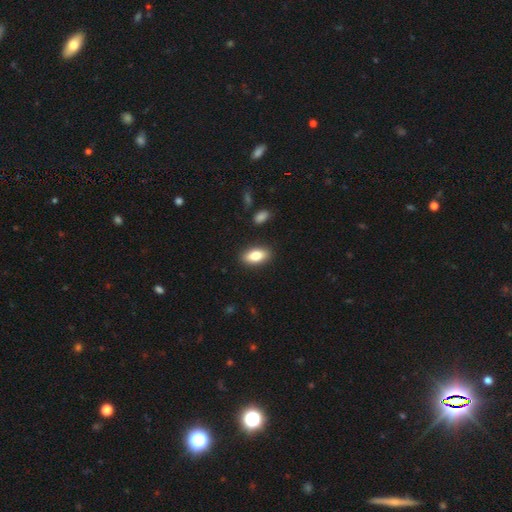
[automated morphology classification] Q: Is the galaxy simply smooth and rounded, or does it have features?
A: smooth — 81%.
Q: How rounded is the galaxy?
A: in between — 88%.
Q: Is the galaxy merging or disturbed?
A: none — 88%.